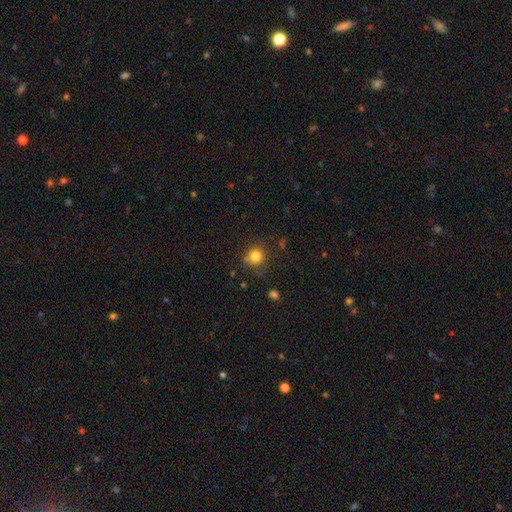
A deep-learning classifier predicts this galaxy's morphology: Smooth or featured?
  - smooth: 81% *
  - star or artifact: 13%
  - featured or disk: 6%
How rounded?
  - round: 89% *
  - in between: 10%
  - cigar-shaped: 1%
Merging?
  - none: 78% *
  - minor disturbance: 14%
  - major disturbance: 4%
  - merger: 4%